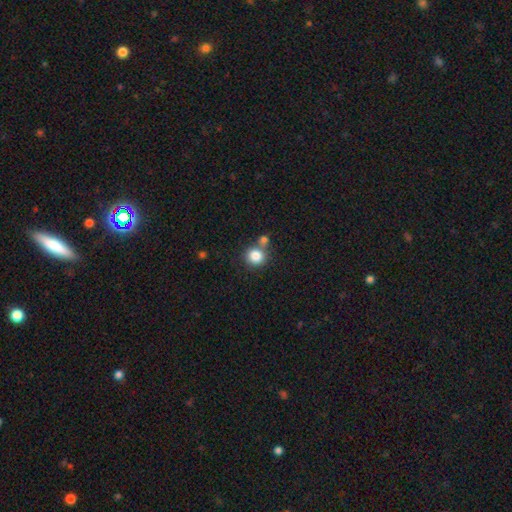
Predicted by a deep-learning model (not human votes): Morphology: type=smooth (83%); roundness=round (89%); merging=none (60%).